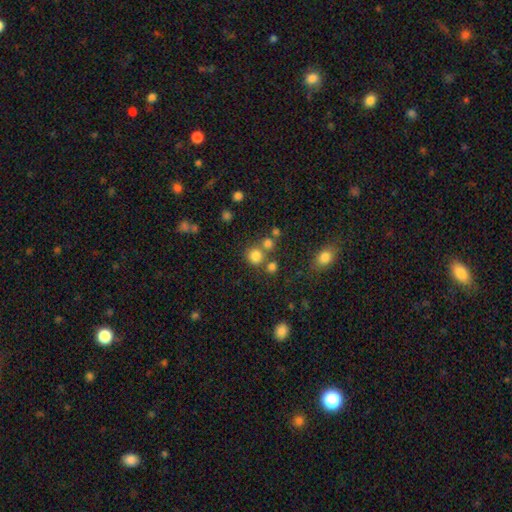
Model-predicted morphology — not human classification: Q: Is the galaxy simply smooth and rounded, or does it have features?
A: smooth — 79%.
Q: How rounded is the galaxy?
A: round — 89%.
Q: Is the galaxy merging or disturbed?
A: none — 68%.